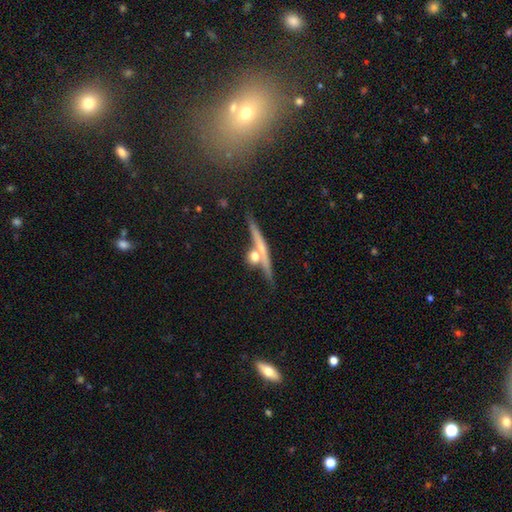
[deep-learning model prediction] featured or disk 50%, smooth 39%, star or artifact 11%. Down the decision tree: merging — none (61%).